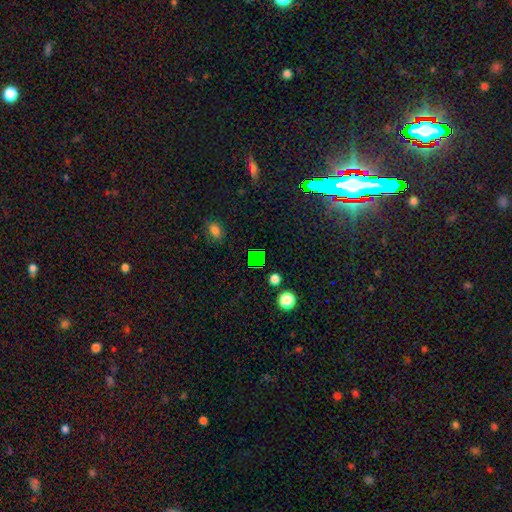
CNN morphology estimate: Q: Smooth or featured?
A: star or artifact (59%); runner-up: smooth (32%)